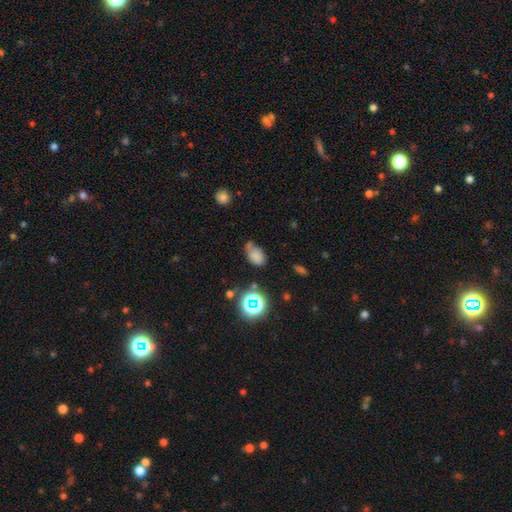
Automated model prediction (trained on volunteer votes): Morphology: type=smooth (72%); roundness=in between (83%); merging=none (47%).